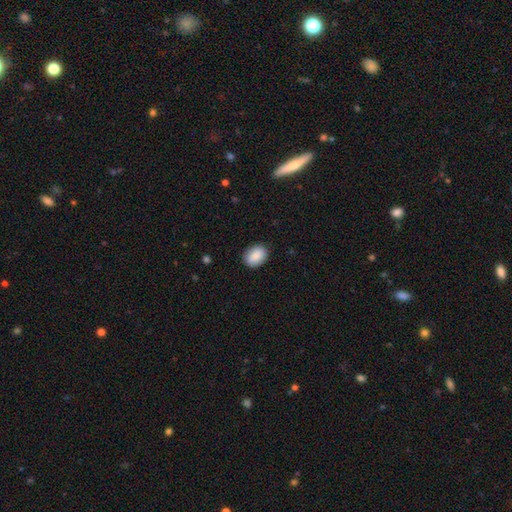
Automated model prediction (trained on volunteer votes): Morphology: type=smooth (88%); roundness=in between (70%); merging=none (87%).